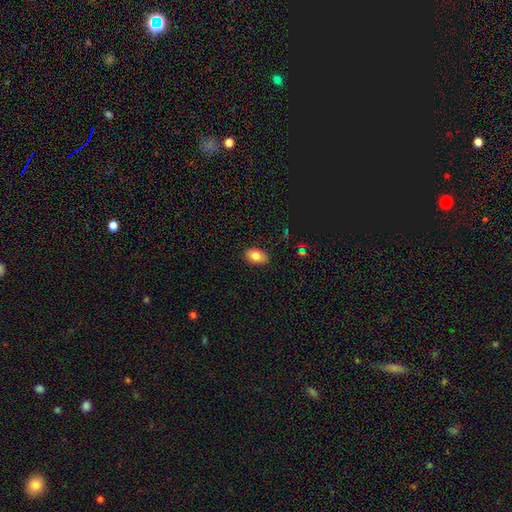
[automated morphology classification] The model was most divided on "smooth or featured": smooth: 83%, featured or disk: 9%, star or artifact: 8%. More confident: how rounded — in between (89%); merging — none (86%).